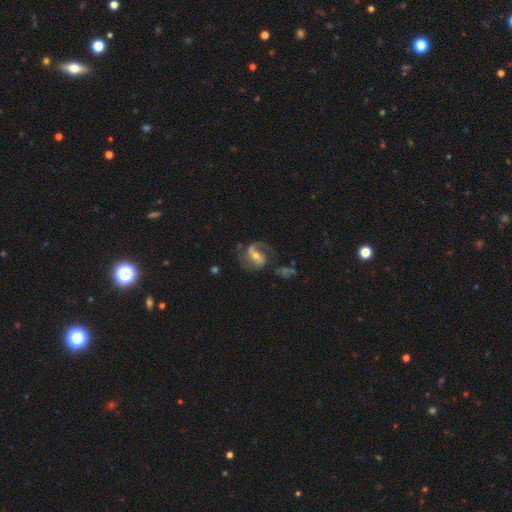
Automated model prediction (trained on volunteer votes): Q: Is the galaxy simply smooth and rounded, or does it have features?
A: featured or disk — 86%.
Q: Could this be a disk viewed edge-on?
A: no — 97%.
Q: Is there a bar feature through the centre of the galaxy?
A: strong — 46%.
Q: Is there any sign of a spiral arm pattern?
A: yes — 95%.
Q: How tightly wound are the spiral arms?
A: medium — 50%.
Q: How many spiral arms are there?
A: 2 — 81%.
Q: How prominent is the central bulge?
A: moderate — 51%.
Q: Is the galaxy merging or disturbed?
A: none — 61%.